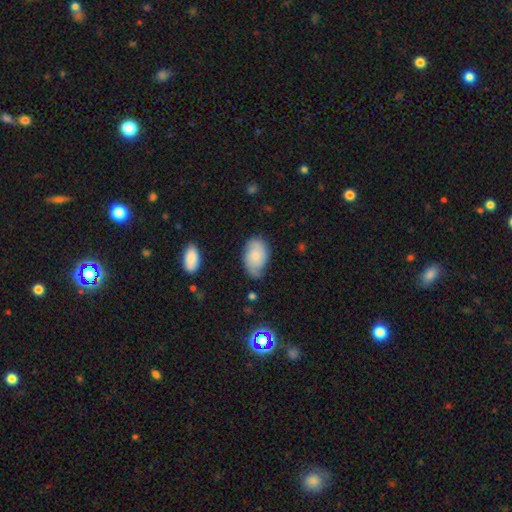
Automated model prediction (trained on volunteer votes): smooth-or-featured: smooth: 53% | featured or disk: 40% | star or artifact: 7%
  how-rounded: in between: 89% | round: 9% | cigar-shaped: 1%
  merging: none: 59% | minor disturbance: 30% | major disturbance: 8% | merger: 2%